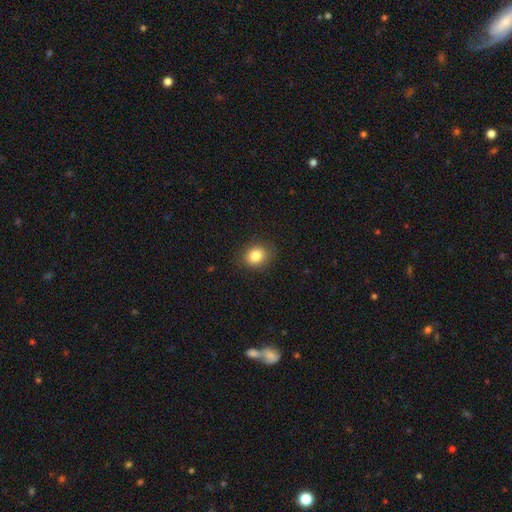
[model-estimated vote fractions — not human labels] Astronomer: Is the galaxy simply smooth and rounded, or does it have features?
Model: smooth — 83%.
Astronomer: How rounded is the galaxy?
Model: round — 67%.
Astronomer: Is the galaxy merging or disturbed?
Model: none — 86%.